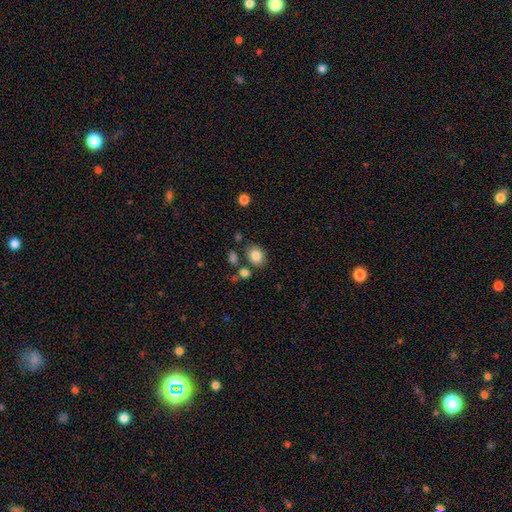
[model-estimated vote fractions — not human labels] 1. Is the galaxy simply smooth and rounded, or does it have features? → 84% smooth, 9% star or artifact, 7% featured or disk.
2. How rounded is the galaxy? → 58% in between, 41% round, 1% cigar-shaped.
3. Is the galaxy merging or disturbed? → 76% none, 12% minor disturbance, 8% merger, 4% major disturbance.